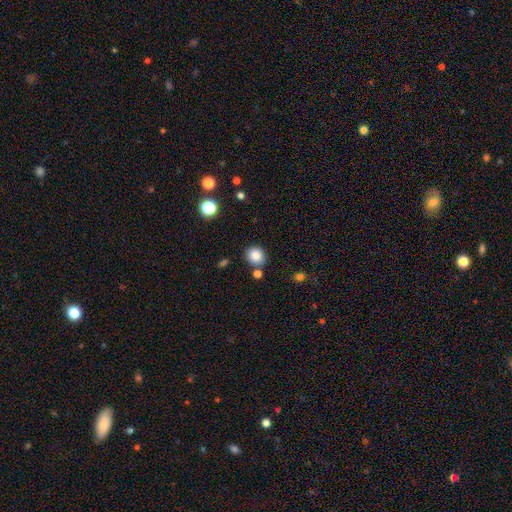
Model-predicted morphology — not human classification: This appears to be a smooth galaxy with no disk features (84%) that is round (85%). Merging: none (81%).